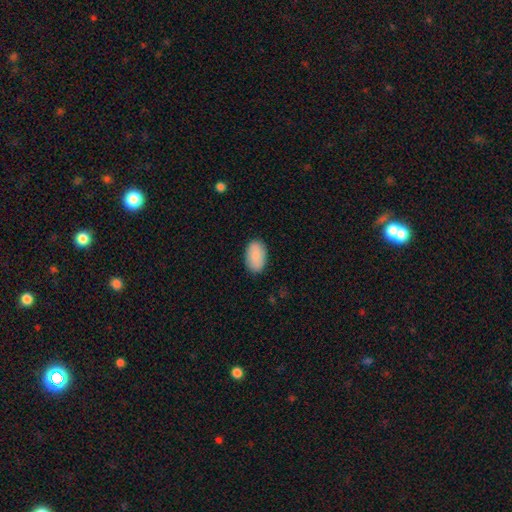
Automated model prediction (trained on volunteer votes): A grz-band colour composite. It shows a smooth galaxy with no disk features (89%) that is in between round and cigar-shaped (93%). Merging: none (87%).